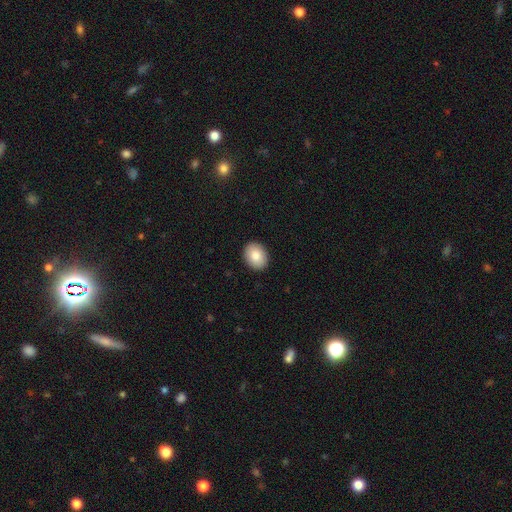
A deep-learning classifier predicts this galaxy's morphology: Overall: smooth (85%). How rounded: in between (57%; round 42%). Merging: none (91%).